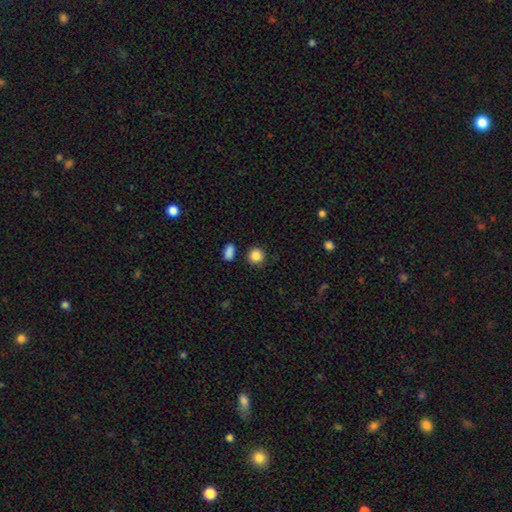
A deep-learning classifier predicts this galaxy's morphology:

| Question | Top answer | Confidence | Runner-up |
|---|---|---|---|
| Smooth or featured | smooth | 87% | star or artifact (9%) |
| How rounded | round | 90% | in between (9%) |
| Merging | none | 85% | minor disturbance (9%) |